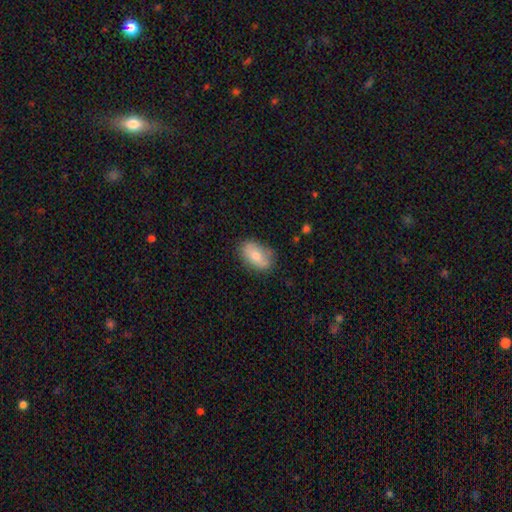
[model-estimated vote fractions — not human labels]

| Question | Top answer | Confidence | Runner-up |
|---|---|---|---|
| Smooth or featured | smooth | 74% | featured or disk (20%) |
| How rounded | in between | 90% | round (7%) |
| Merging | none | 76% | minor disturbance (18%) |